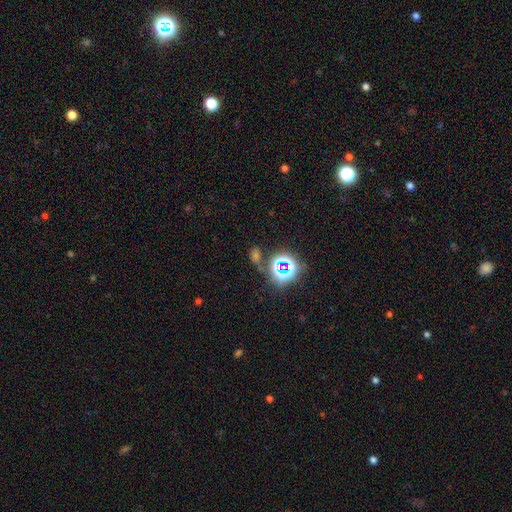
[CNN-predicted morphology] The model was most divided on "smooth or featured": star or artifact: 57%, smooth: 32%, featured or disk: 11%.